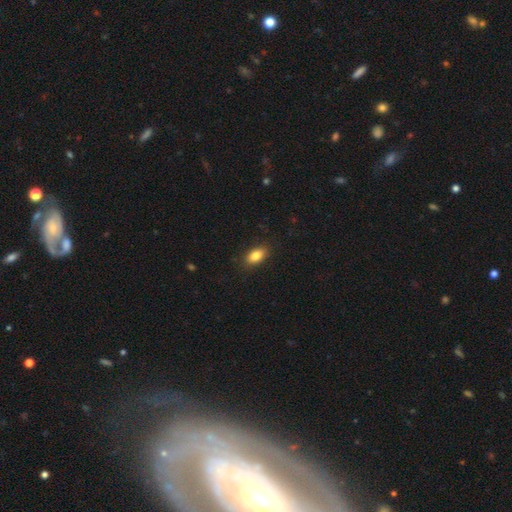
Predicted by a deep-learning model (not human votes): Overall: smooth (84%). How rounded: in between (90%). Merging: none (87%).